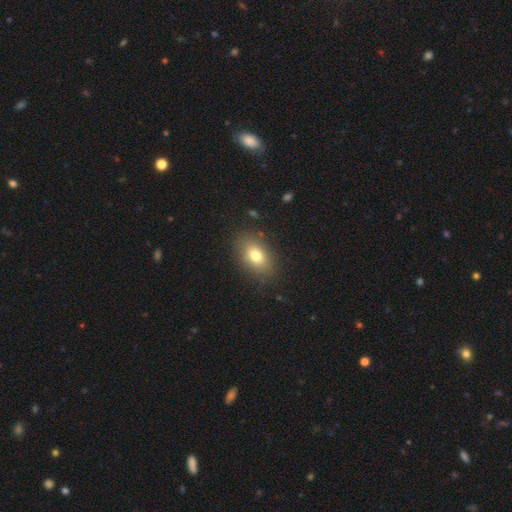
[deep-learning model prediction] Smooth or featured? Predicted: smooth (p=0.77). How rounded? Predicted: in between (p=0.82). Merging? Predicted: none (p=0.85).